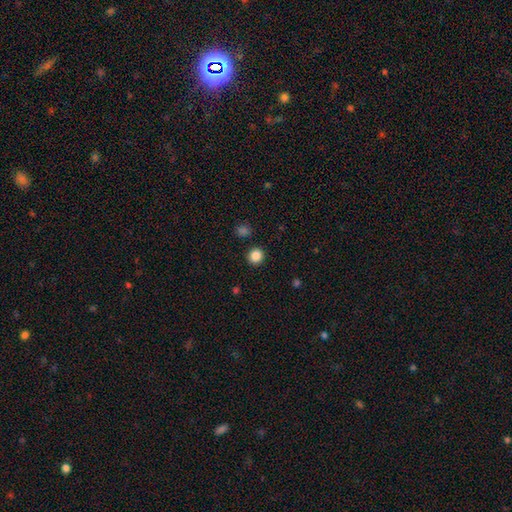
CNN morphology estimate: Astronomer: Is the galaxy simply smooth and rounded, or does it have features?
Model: smooth — 86%.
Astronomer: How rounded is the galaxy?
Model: round — 88%.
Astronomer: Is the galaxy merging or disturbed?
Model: none — 91%.